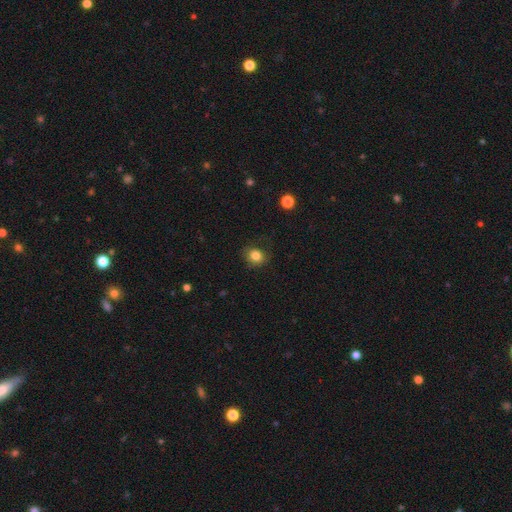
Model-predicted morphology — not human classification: Q: Smooth or featured?
A: smooth (83%); runner-up: star or artifact (11%)
Q: How rounded?
A: round (73%); runner-up: in between (26%)
Q: Merging?
A: none (80%); runner-up: minor disturbance (15%)